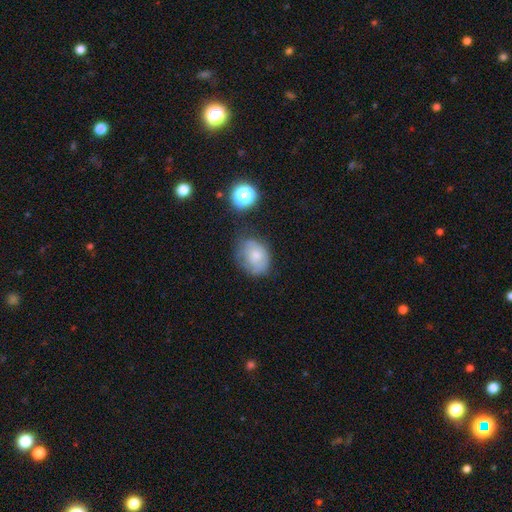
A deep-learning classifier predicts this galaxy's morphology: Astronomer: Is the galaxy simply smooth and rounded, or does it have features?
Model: smooth — 62%.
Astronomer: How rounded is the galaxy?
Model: in between — 60% (runner-up: round, 39%).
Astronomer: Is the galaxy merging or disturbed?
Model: none — 49% (runner-up: minor disturbance, 33%).